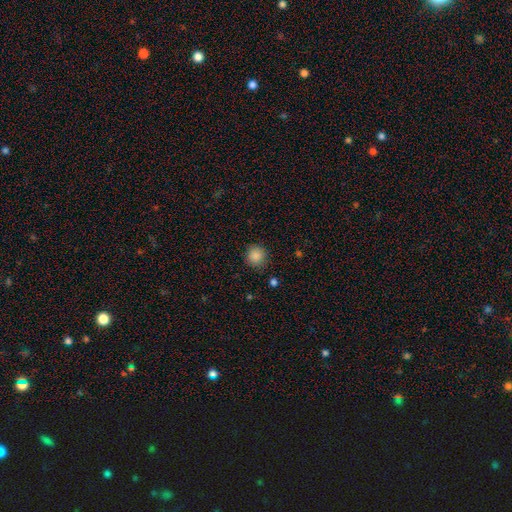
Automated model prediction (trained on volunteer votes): Overall: smooth (87%). How rounded: round (92%). Merging: none (89%).